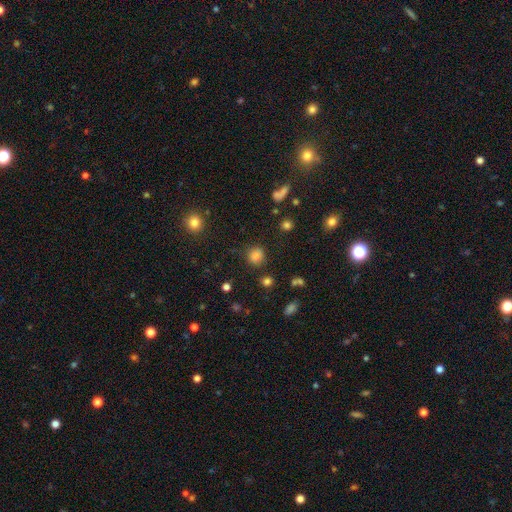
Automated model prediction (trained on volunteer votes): This appears to be a smooth galaxy with no disk features (80%) that is round (80%). Merging: none (81%).